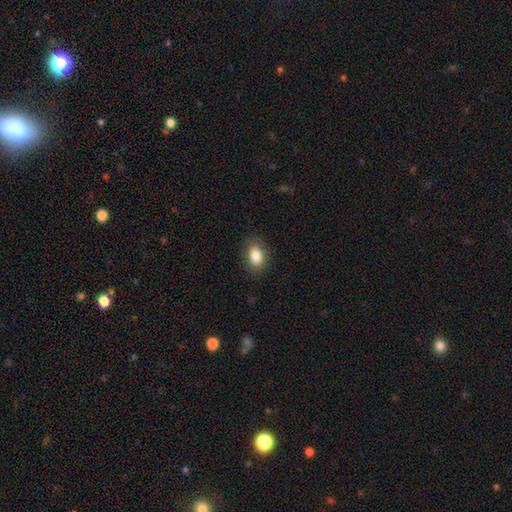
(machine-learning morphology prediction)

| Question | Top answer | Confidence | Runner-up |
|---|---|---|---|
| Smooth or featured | smooth | 85% | star or artifact (8%) |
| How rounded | in between | 85% | round (13%) |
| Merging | none | 86% | minor disturbance (10%) |